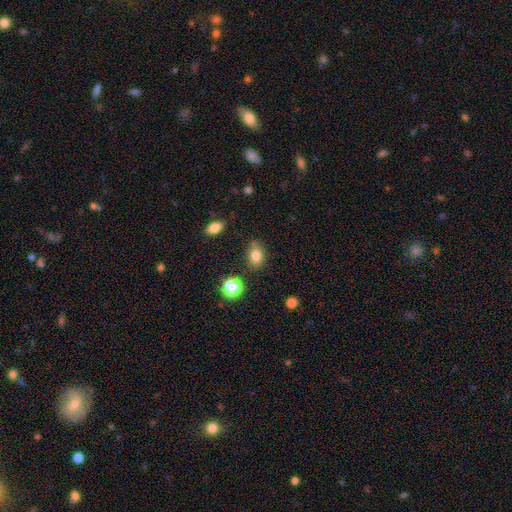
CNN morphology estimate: This is likely a smooth galaxy (79%). How rounded: likely in between (73%). Merging: likely none (75%).